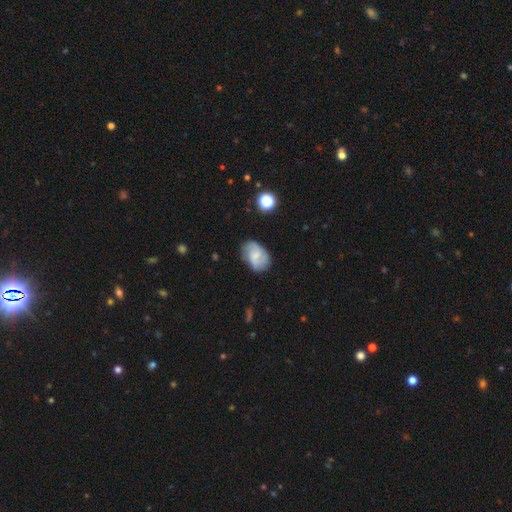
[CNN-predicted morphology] featured or disk 54%, smooth 37%, star or artifact 8%. Down the decision tree: edge-on disk — no (97%); bar — weak (48%); spiral arms — yes (85%); bulge size — small (50%); merging — none (69%).